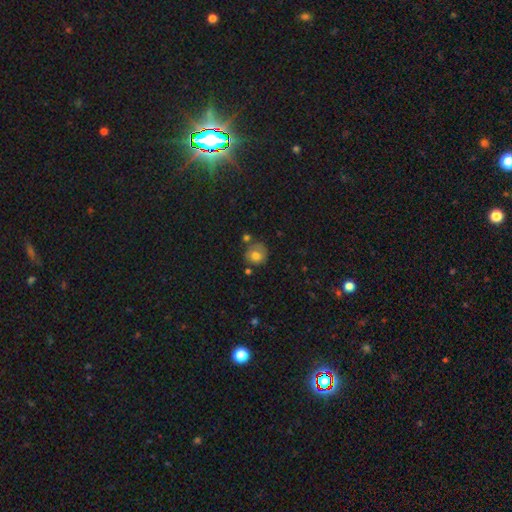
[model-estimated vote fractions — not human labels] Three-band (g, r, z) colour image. It shows a smooth galaxy with no disk features (73%) that is round (87%). Merging: none (65%).